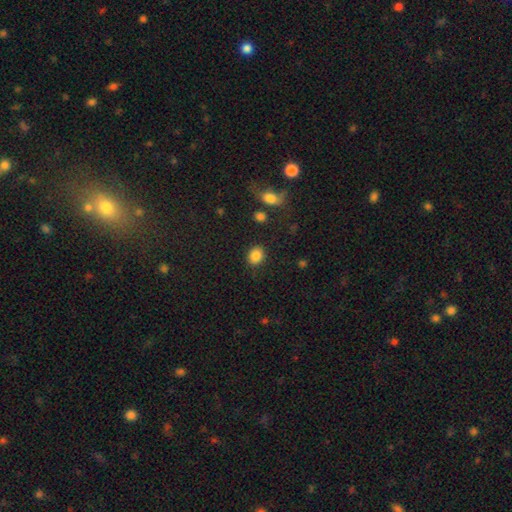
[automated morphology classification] A smooth galaxy with no disk features (87%) that is round (58%).

Vote fractions:
- Smooth or featured? smooth: 87% / star or artifact: 9% / featured or disk: 4%
- How rounded? round: 58% / in between: 41% / cigar-shaped: 1%
- Merging? none: 86% / minor disturbance: 9% / major disturbance: 3% / merger: 2%